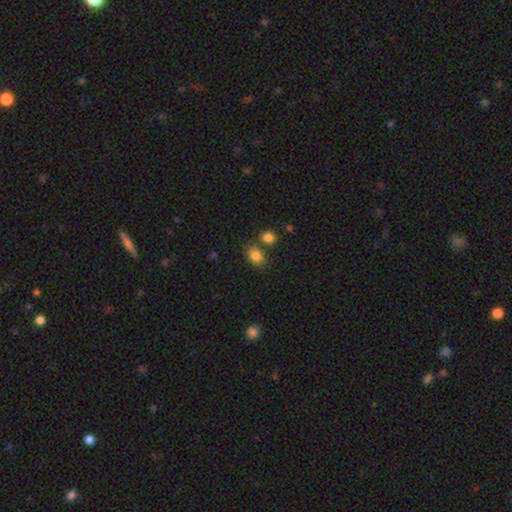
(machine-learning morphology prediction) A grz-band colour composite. It shows a smooth galaxy with no disk features (84%) that is in between round and cigar-shaped (68%). Merging: none (67%).